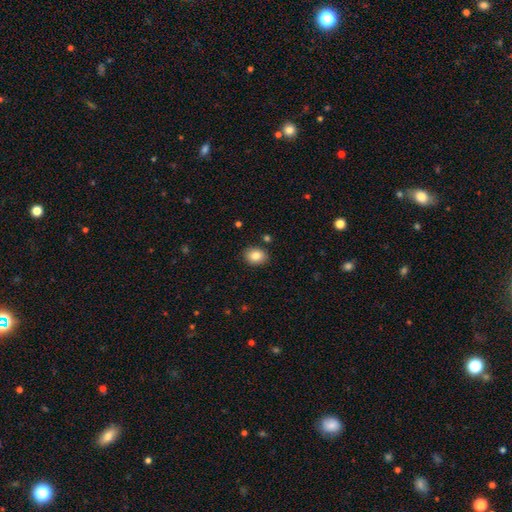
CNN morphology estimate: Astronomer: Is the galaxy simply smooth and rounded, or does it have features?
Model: smooth — 84%.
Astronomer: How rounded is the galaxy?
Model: in between — 56% (runner-up: round, 44%).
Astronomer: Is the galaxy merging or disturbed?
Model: none — 87%.